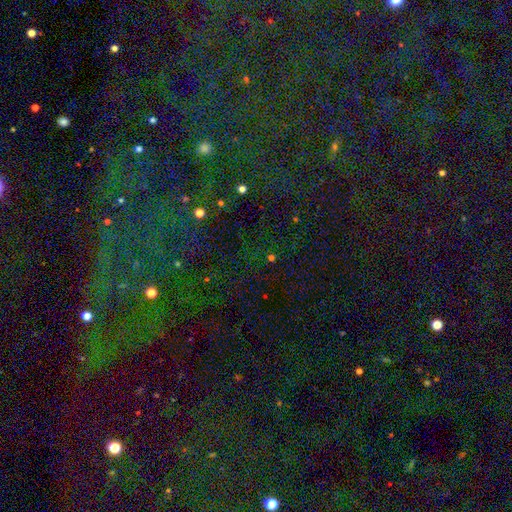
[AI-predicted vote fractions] Morphology: type=star or artifact (76%).